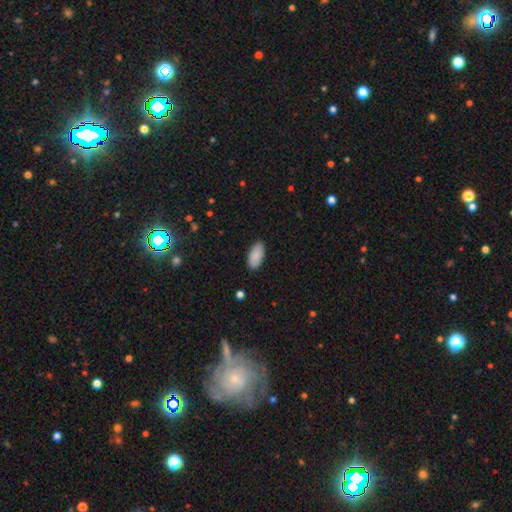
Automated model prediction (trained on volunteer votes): Overall: smooth (89%). How rounded: in between (94%). Merging: none (88%).